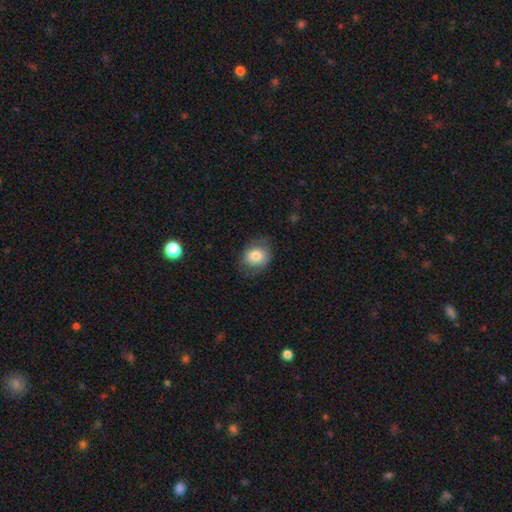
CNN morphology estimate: The model was most divided on "how rounded": round: 52%, in between: 47%, cigar-shaped: 1%. More confident: smooth or featured — smooth (76%); merging — none (72%).